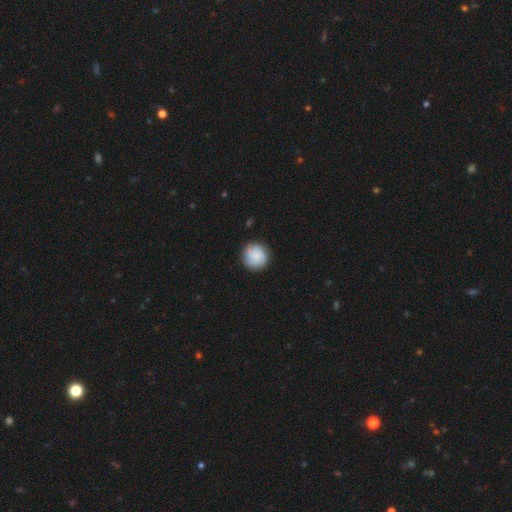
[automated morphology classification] Smooth or featured? Predicted: smooth (p=0.75). How rounded? Predicted: round (p=0.92). Merging? Predicted: none (p=0.83).